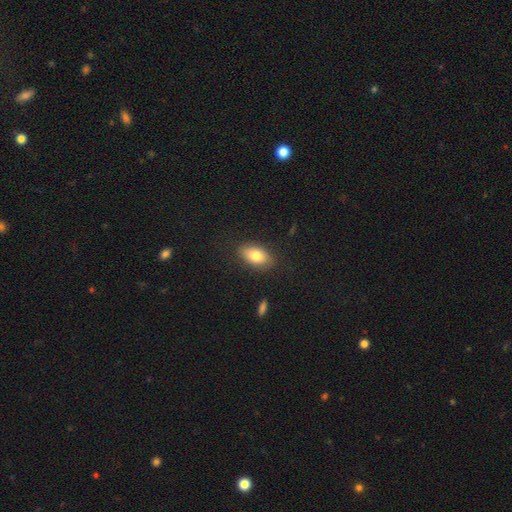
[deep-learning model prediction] Smooth or featured? Predicted: smooth (p=0.78). How rounded? Predicted: in between (p=0.90). Merging? Predicted: none (p=0.84).